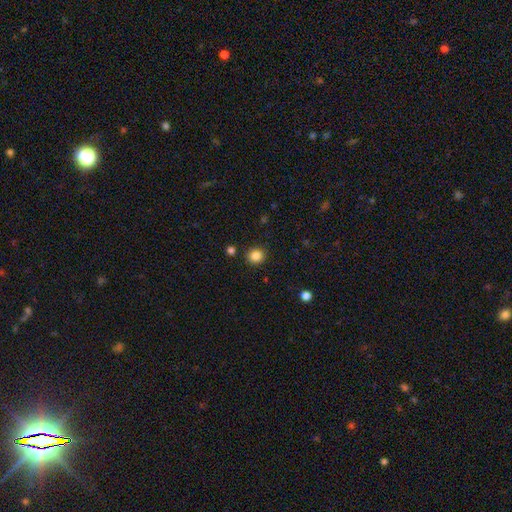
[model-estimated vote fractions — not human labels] A smooth galaxy with no disk features (85%) that is round (88%).

Vote fractions:
- Smooth or featured? smooth: 85% / star or artifact: 11% / featured or disk: 4%
- How rounded? round: 88% / in between: 11% / cigar-shaped: 1%
- Merging? none: 89% / minor disturbance: 6% / merger: 3% / major disturbance: 2%